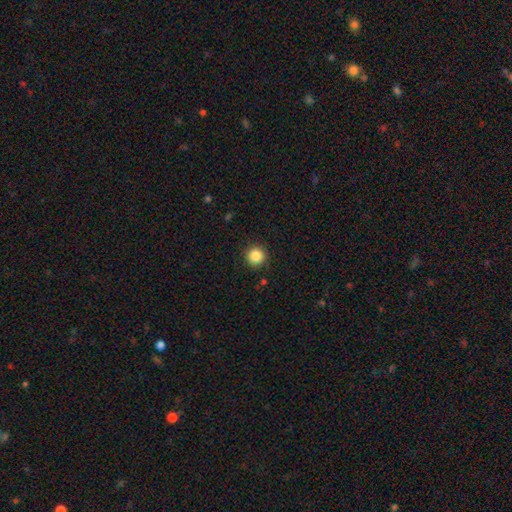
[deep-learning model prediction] This appears to be a smooth galaxy with no disk features (86%) that is round (95%). Merging: none (91%).